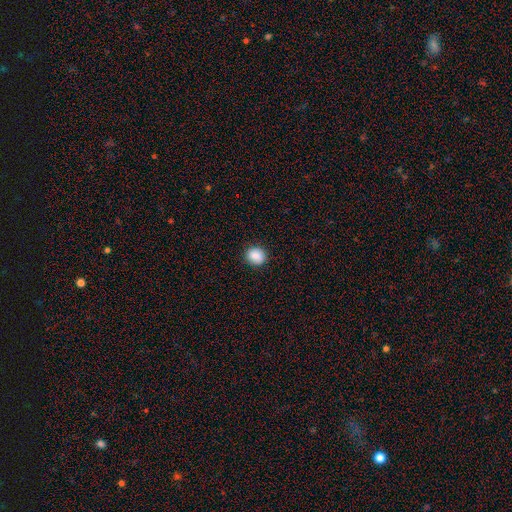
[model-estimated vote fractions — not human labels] A smooth galaxy with no disk features (88%) that is round (75%). Merging: none (89%).